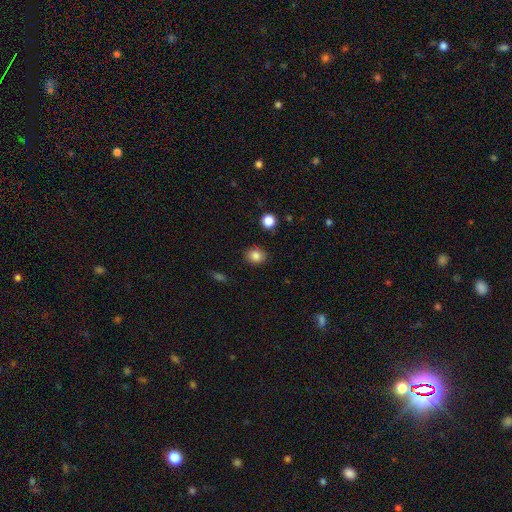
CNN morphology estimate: smooth_or_featured: smooth (p=0.85) [alt: star or artifact p=0.10]
how_rounded: round (p=0.67) [alt: in between p=0.32]
merging: none (p=0.87) [alt: minor disturbance p=0.09]